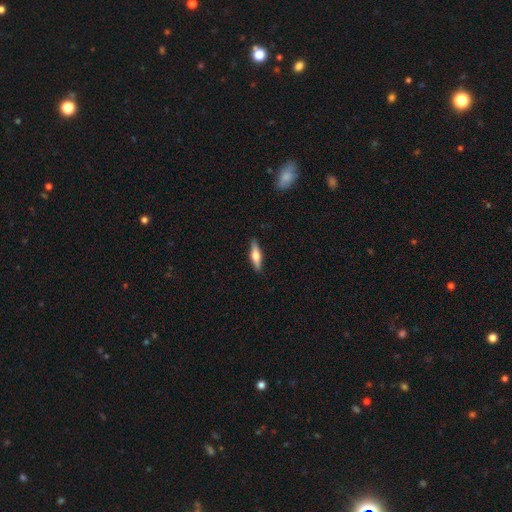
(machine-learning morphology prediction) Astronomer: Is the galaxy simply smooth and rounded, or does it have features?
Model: smooth — 49% (runner-up: featured or disk, 45%).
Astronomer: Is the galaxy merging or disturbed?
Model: none — 89%.